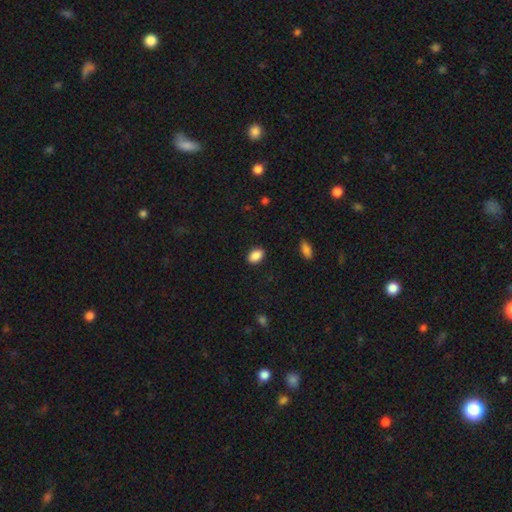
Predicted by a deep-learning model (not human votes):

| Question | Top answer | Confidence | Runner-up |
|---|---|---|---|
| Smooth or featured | smooth | 88% | star or artifact (8%) |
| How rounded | in between | 87% | round (11%) |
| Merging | none | 89% | minor disturbance (8%) |